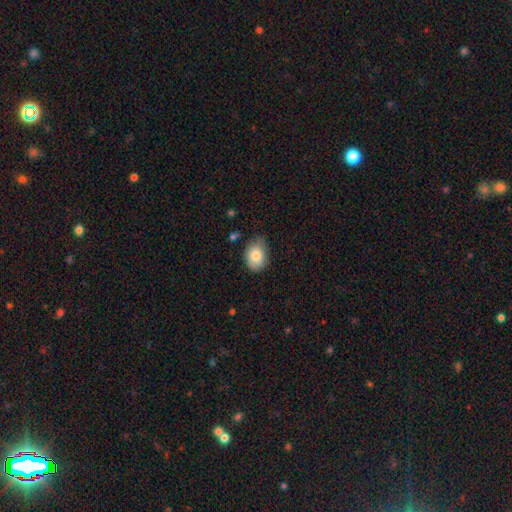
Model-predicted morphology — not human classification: type=smooth (82%); roundness=in between (73%); merging=none (67%).